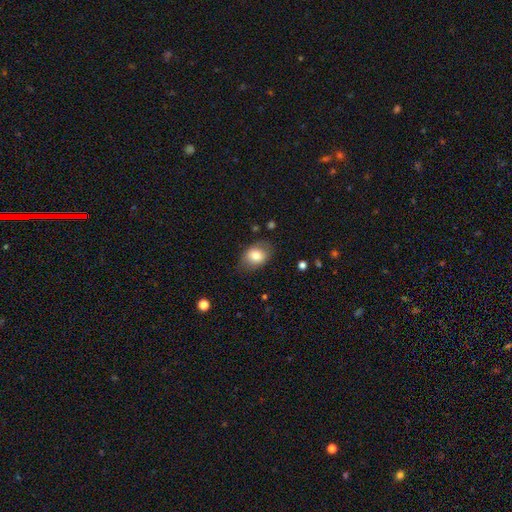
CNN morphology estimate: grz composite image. It shows a smooth galaxy with no disk features (80%) that is in between round and cigar-shaped (69%). Merging: none (73%).